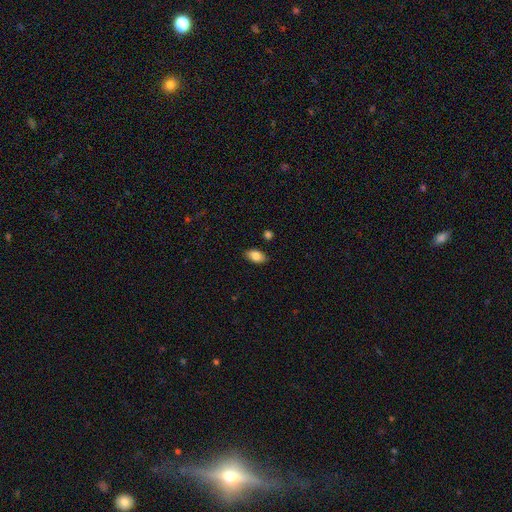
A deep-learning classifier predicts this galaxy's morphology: Smooth or featured? Predicted: smooth (p=0.84). How rounded? Predicted: in between (p=0.92). Merging? Predicted: none (p=0.86).